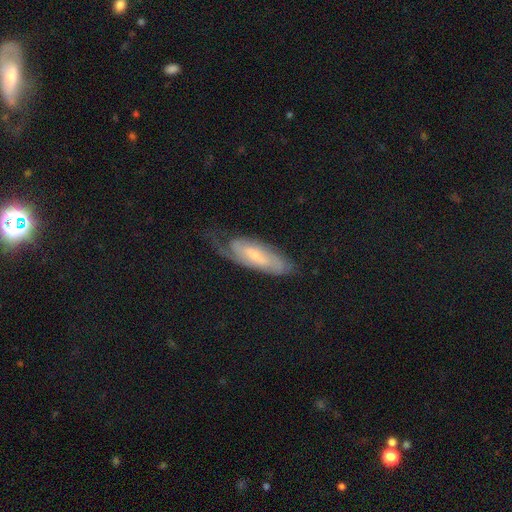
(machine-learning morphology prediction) This is likely a featured or disk galaxy (72%). It is clearly not viewed edge-on (85%). Bar: marginally weak (43%). Spiral arm pattern: clearly yes (92%). Spiral arm count: marginally 2 (44%). Spiral winding: possibly tight (51%). Central bulge: possibly small (59%). Merging: possibly none (56%).